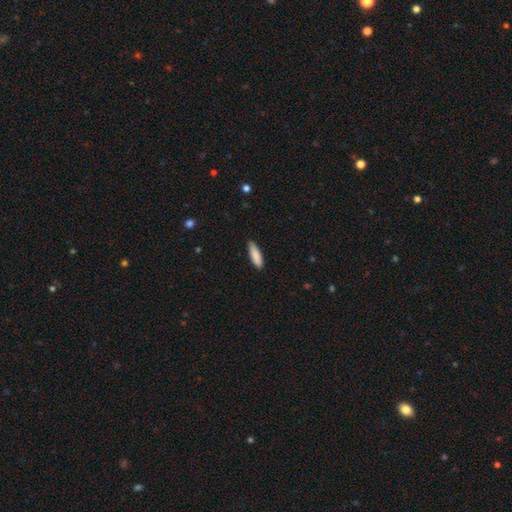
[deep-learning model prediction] smooth_or_featured: smooth (p=0.87) [alt: featured or disk p=0.07]
how_rounded: cigar-shaped (p=0.56) [alt: in between p=0.43]
merging: none (p=0.84) [alt: minor disturbance p=0.13]